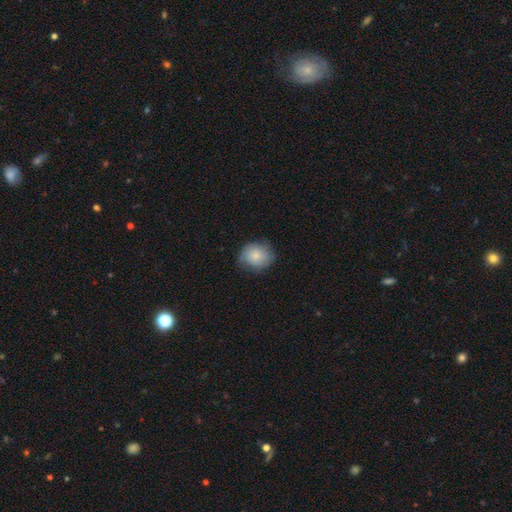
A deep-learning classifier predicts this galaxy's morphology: This is likely a smooth galaxy (71%). How rounded: likely round (69%). Merging: likely none (68%).